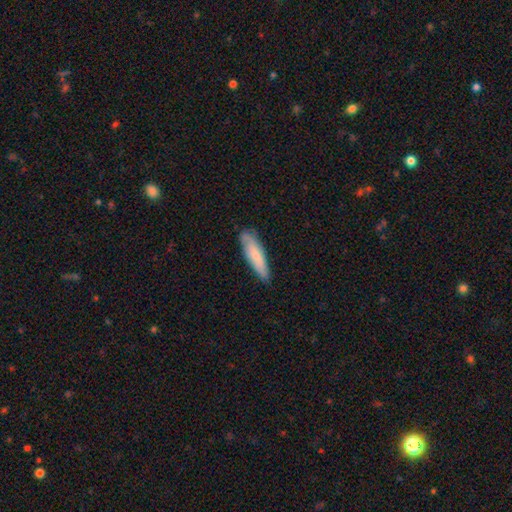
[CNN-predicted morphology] This appears to be a smooth galaxy with no disk features (68%) that is cigar-shaped (65%). Merging: none (77%).